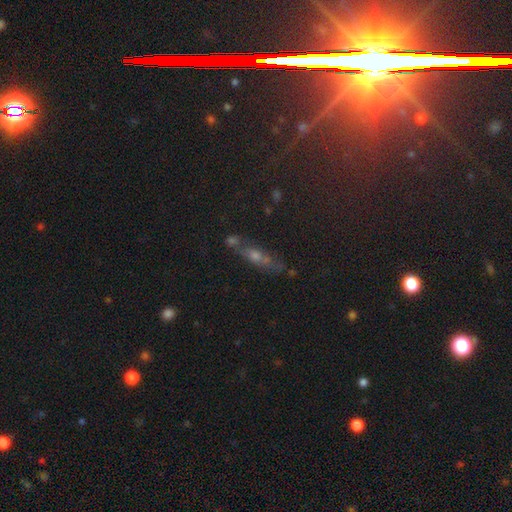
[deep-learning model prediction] Q: Smooth or featured?
A: featured or disk (36%); runner-up: smooth (35%)
Q: Merging?
A: none (62%); runner-up: minor disturbance (17%)